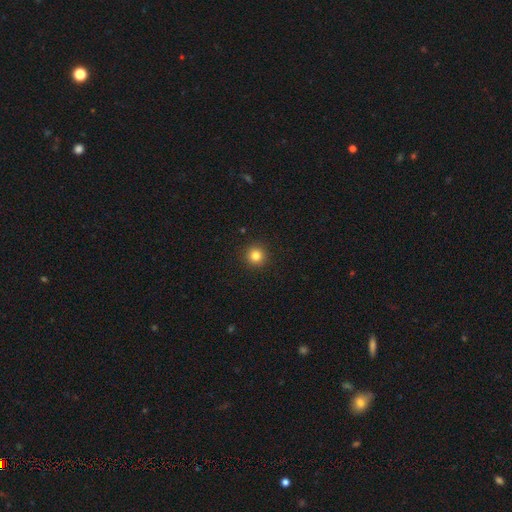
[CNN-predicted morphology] Smooth or featured? Predicted: smooth (p=0.82). How rounded? Predicted: round (p=0.95). Merging? Predicted: none (p=0.93).